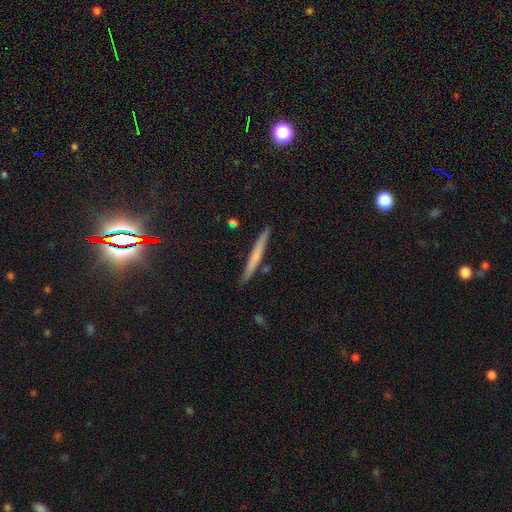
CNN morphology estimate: smooth_or_featured: smooth (p=0.57) [alt: featured or disk p=0.35]
how_rounded: cigar-shaped (p=0.96) [alt: in between p=0.02]
merging: none (p=0.89) [alt: minor disturbance p=0.08]